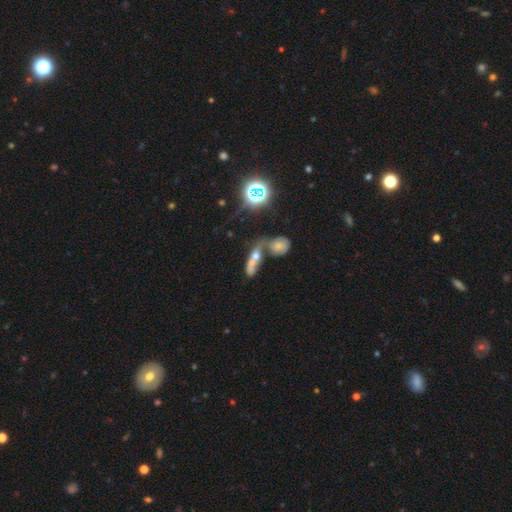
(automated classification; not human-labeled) A smooth galaxy with no disk features (39%). Merging: merger (62%).